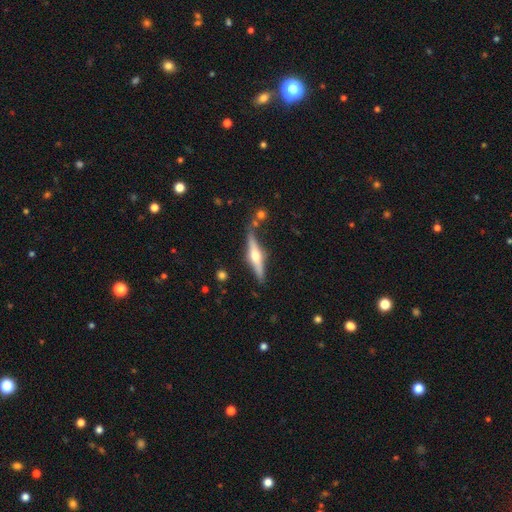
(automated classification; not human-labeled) Smooth or featured? featured or disk (69%)
Edge-on disk? yes (95%)
Edge-on bulge? rounded (93%)
Merging? none (76%)